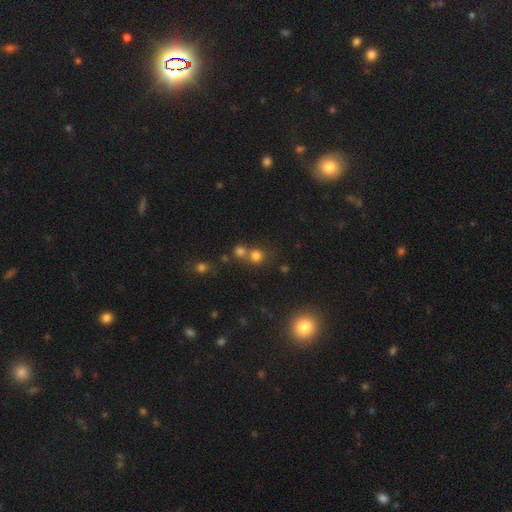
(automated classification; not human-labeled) The model was most divided on "merging": none: 54%, merger: 36%, minor disturbance: 7%, major disturbance: 3%. More confident: how rounded — round (87%); smooth or featured — smooth (73%).